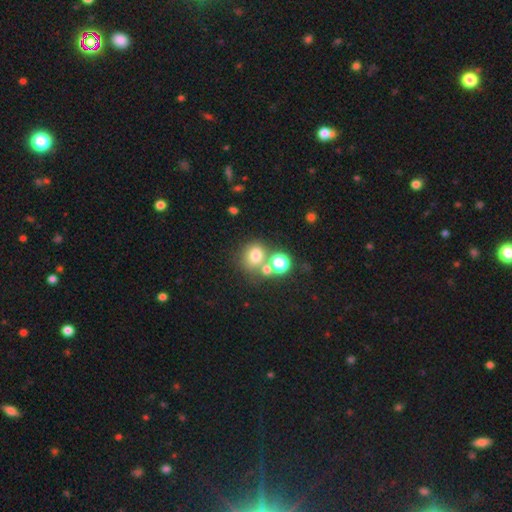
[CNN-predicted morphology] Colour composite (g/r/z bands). It shows a smooth galaxy with no disk features (70%) that is round (78%). Merging: none (56%).